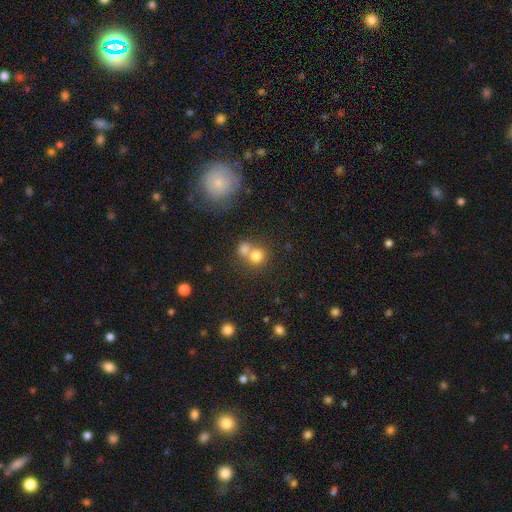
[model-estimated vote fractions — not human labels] Smooth or featured? Predicted: smooth (p=0.77). How rounded? Predicted: round (p=0.81). Merging? Predicted: merger (p=0.50).